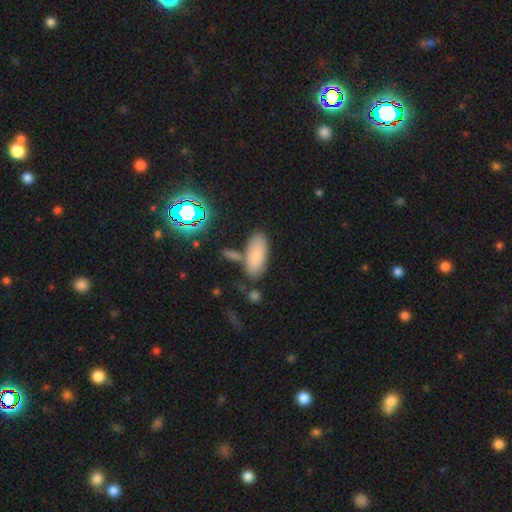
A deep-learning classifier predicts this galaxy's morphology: The model was most divided on "merging": none: 69%, minor disturbance: 14%, merger: 13%, major disturbance: 4%. More confident: how rounded — in between (83%); smooth or featured — smooth (79%).